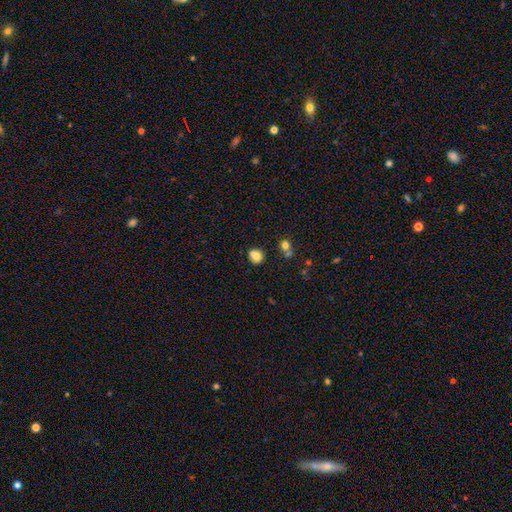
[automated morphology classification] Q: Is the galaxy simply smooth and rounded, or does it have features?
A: smooth — 77%.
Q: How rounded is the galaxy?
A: round — 68%.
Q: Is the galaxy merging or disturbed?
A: none — 55%.